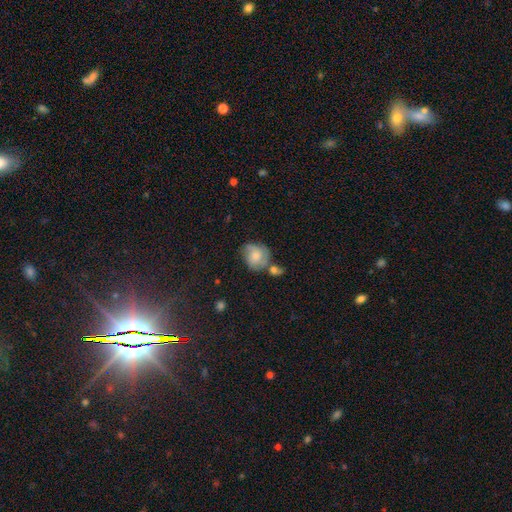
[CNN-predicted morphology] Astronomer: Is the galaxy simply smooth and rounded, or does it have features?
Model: smooth — 53% (runner-up: featured or disk, 38%).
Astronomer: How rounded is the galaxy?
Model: round — 72%.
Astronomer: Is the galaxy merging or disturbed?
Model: none — 48% (runner-up: minor disturbance, 24%).